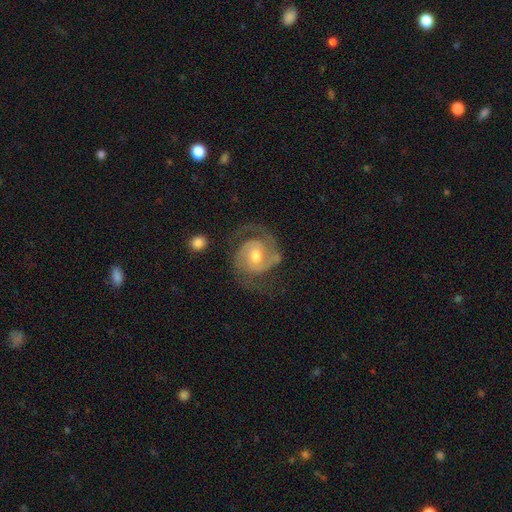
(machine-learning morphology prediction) featured or disk 89%, smooth 6%, star or artifact 5%. Down the decision tree: edge-on disk — no (98%); bar — no (51%); spiral arms — yes (97%); spiral arm count — 2 (88%); spiral winding — medium (48%); bulge size — moderate (69%); merging — none (70%).